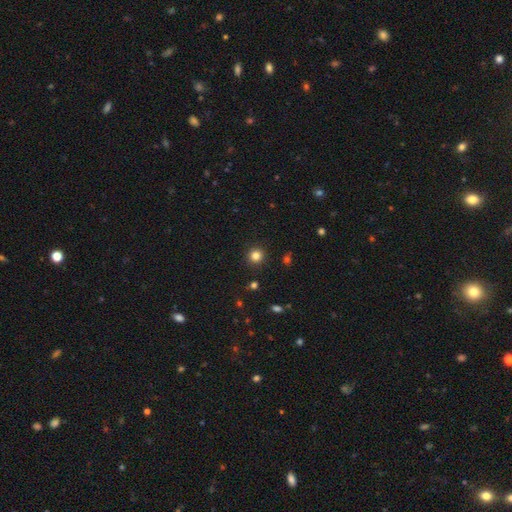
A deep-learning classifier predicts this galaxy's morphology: smooth-or-featured: smooth: 82% | star or artifact: 13% | featured or disk: 5%
  how-rounded: round: 94% | in between: 6% | cigar-shaped: 1%
  merging: none: 92% | minor disturbance: 5% | major disturbance: 2% | merger: 1%